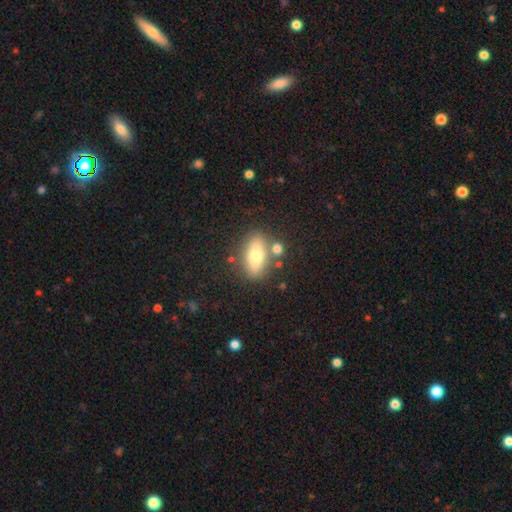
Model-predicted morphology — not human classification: smooth_or_featured: smooth (p=0.70) [alt: featured or disk p=0.21]
how_rounded: in between (p=0.77) [alt: cigar-shaped p=0.18]
merging: none (p=0.79) [alt: minor disturbance p=0.11]